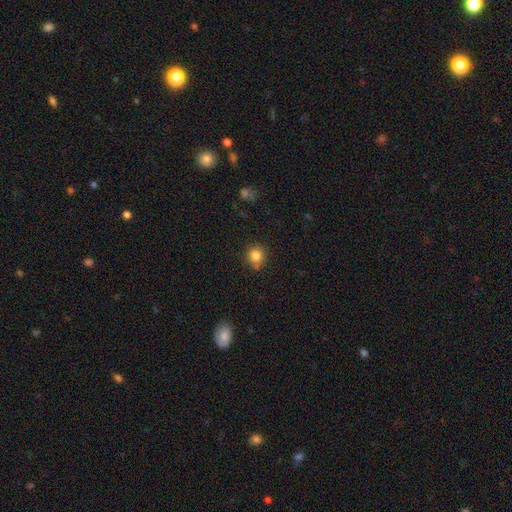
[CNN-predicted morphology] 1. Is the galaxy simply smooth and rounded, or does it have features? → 83% smooth, 11% star or artifact, 6% featured or disk.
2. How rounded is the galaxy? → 90% round, 9% in between, 1% cigar-shaped.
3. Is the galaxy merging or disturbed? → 78% none, 12% minor disturbance, 7% merger, 3% major disturbance.